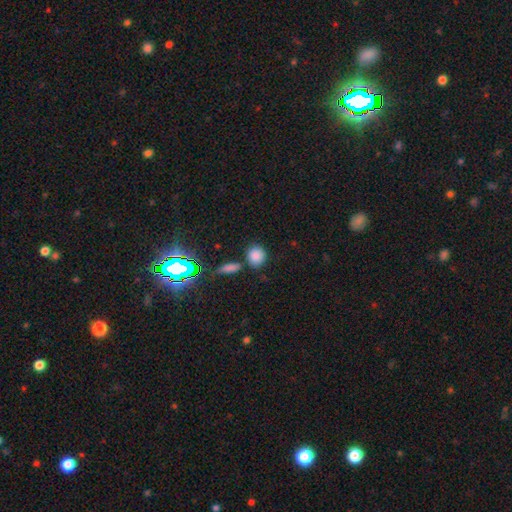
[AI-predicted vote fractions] A smooth galaxy with no disk features (81%) that is round (79%).

Vote fractions:
- Smooth or featured? smooth: 81% / star or artifact: 14% / featured or disk: 5%
- How rounded? round: 79% / in between: 19% / cigar-shaped: 2%
- Merging? none: 74% / minor disturbance: 12% / merger: 11% / major disturbance: 4%